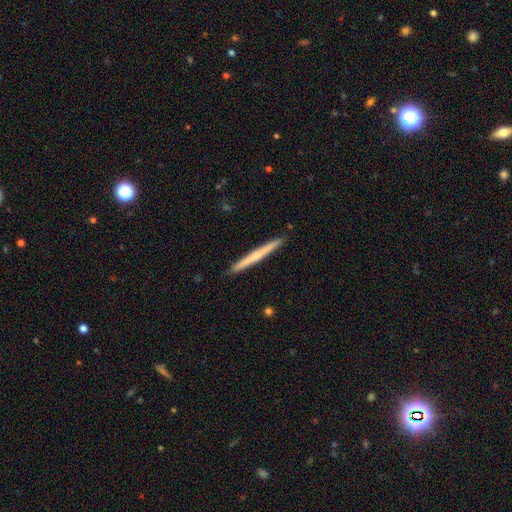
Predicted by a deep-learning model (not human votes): Overall: featured or disk (52%; smooth 43%). Edge-on disk: yes (98%). Edge-on bulge: none (55%; rounded 42%). Merging: none (93%).